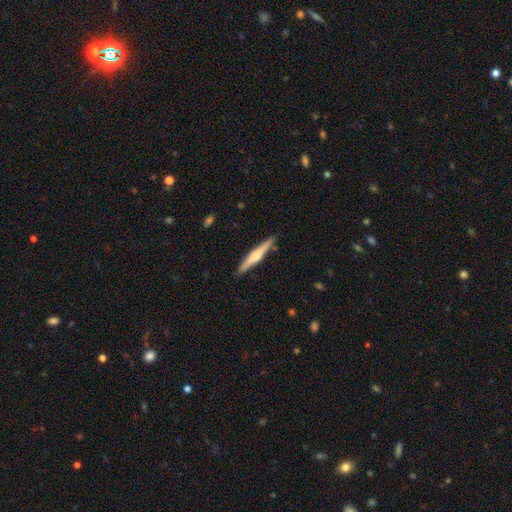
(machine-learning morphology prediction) Smooth or featured? featured or disk (60%)
Edge-on disk? yes (98%)
Edge-on bulge? rounded (83%)
Merging? none (89%)